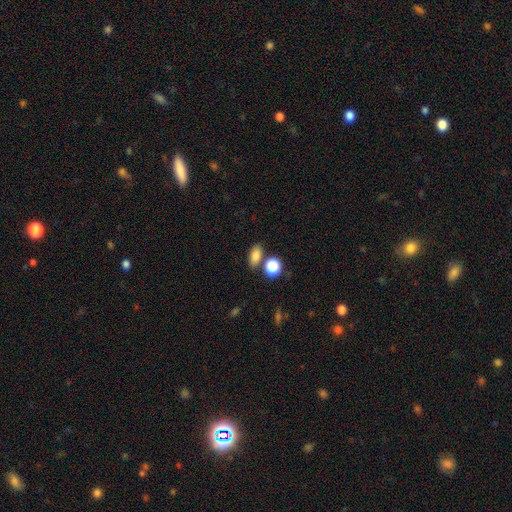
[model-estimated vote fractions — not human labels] Smooth or featured: smooth — 83% (star or artifact — 11%)
How rounded: in between — 82% (round — 15%)
Merging: none — 71% (merger — 15%)